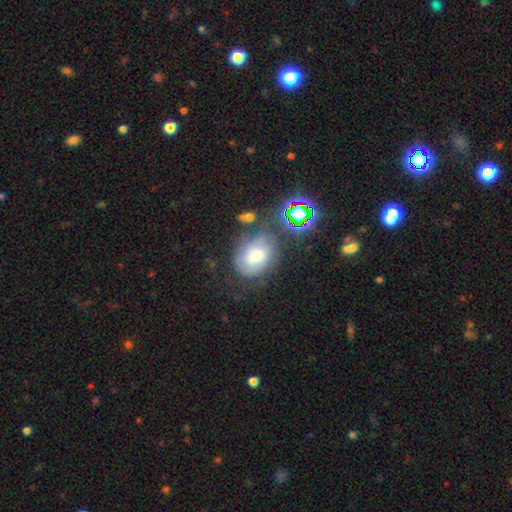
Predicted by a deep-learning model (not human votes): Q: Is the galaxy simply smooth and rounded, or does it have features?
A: smooth — 42%.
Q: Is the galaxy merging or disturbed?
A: none — 52%.